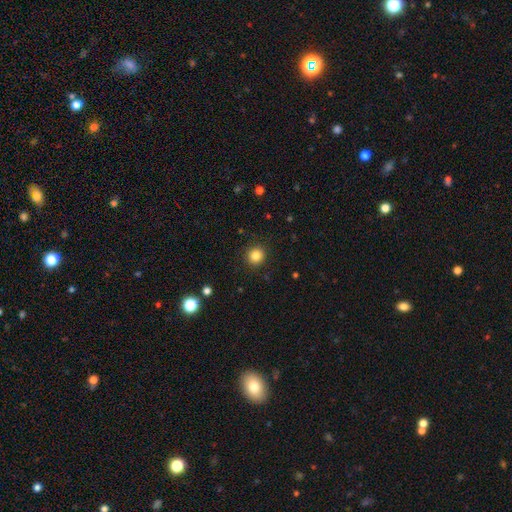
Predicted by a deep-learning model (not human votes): smooth 84%, star or artifact 12%, featured or disk 4%. Down the decision tree: how rounded — round (92%); merging — none (91%).